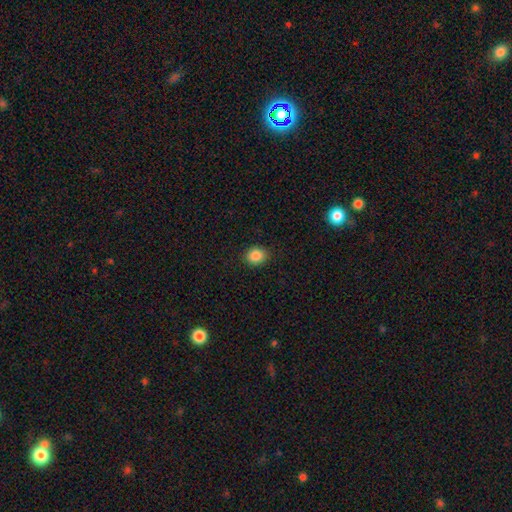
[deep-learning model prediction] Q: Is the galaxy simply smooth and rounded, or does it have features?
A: smooth — 87%.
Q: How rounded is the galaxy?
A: round — 65%.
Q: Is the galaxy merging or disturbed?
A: none — 90%.